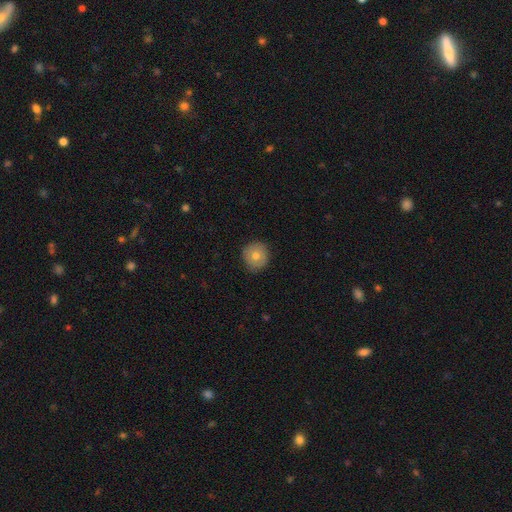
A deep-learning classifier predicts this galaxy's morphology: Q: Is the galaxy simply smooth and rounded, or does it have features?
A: smooth — 74%.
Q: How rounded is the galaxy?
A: round — 94%.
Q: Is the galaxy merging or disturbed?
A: none — 88%.